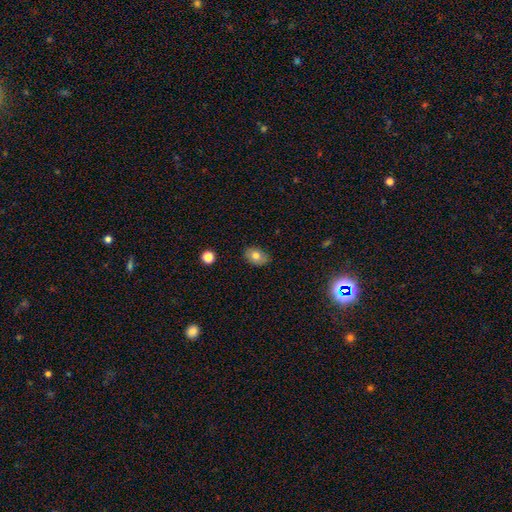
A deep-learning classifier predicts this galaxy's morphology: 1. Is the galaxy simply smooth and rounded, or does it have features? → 76% smooth, 14% featured or disk, 9% star or artifact.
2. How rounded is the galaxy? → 79% in between, 20% round, 1% cigar-shaped.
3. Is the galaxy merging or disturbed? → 83% none, 14% minor disturbance, 2% major disturbance, 1% merger.